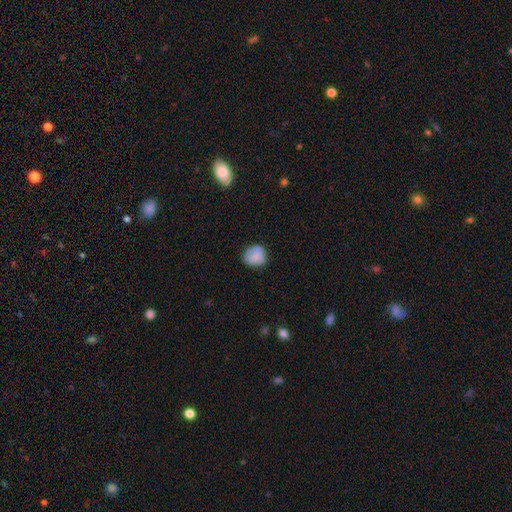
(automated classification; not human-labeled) smooth_or_featured: smooth (p=0.83) [alt: featured or disk p=0.09]
how_rounded: round (p=0.78) [alt: in between p=0.21]
merging: none (p=0.75) [alt: minor disturbance p=0.19]